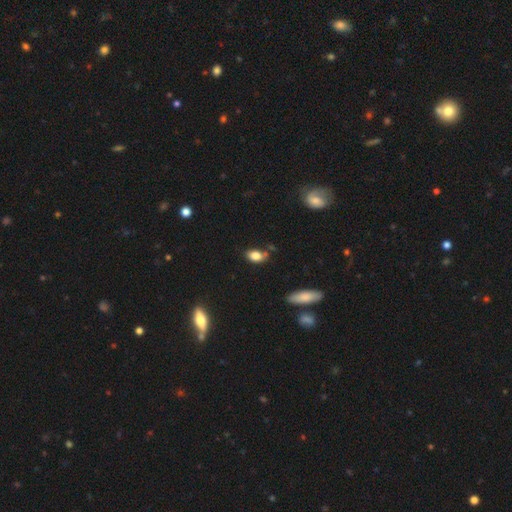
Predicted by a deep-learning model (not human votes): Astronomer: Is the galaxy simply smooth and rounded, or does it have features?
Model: smooth — 82%.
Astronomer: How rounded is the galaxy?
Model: in between — 84%.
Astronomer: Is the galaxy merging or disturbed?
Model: none — 61%.